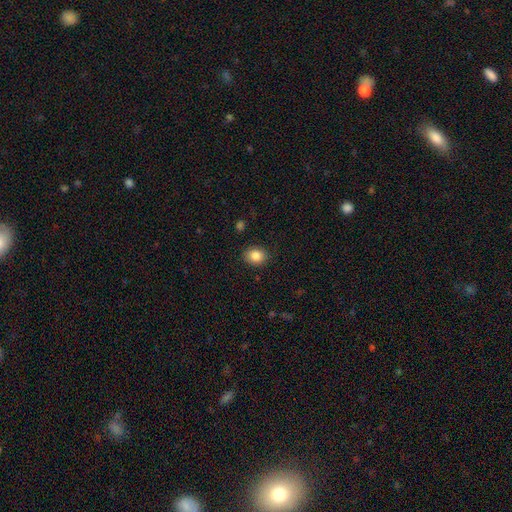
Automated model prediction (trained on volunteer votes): Q: Smooth or featured?
A: smooth (86%); runner-up: star or artifact (9%)
Q: How rounded?
A: round (56%); runner-up: in between (44%)
Q: Merging?
A: none (88%); runner-up: minor disturbance (9%)